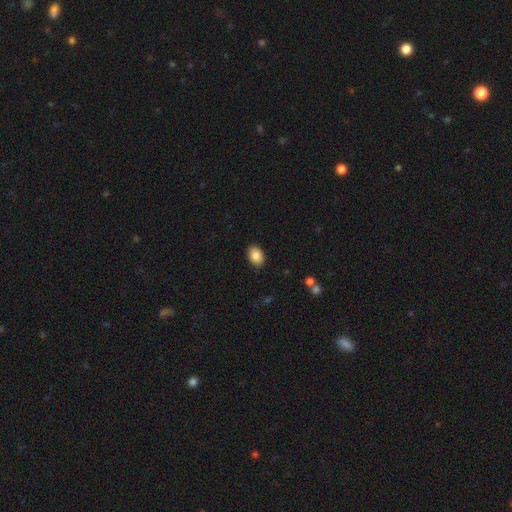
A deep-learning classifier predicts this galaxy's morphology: A smooth galaxy with no disk features (87%) that is in between round and cigar-shaped (81%).

Vote fractions:
- Smooth or featured? smooth: 87% / star or artifact: 7% / featured or disk: 5%
- How rounded? in between: 81% / round: 18% / cigar-shaped: 1%
- Merging? none: 88% / minor disturbance: 9% / major disturbance: 2% / merger: 1%